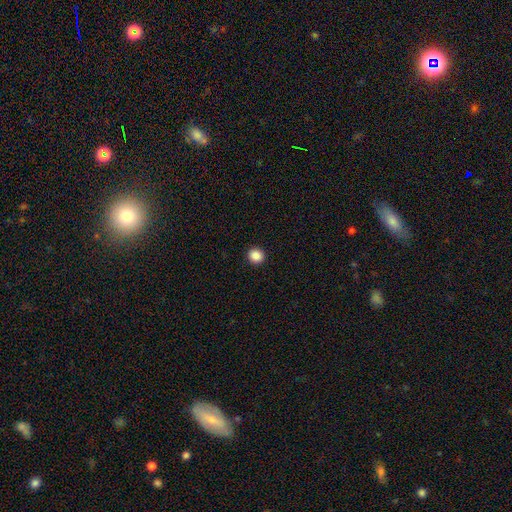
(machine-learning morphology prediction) Overall: smooth (88%). How rounded: round (91%). Merging: none (93%).